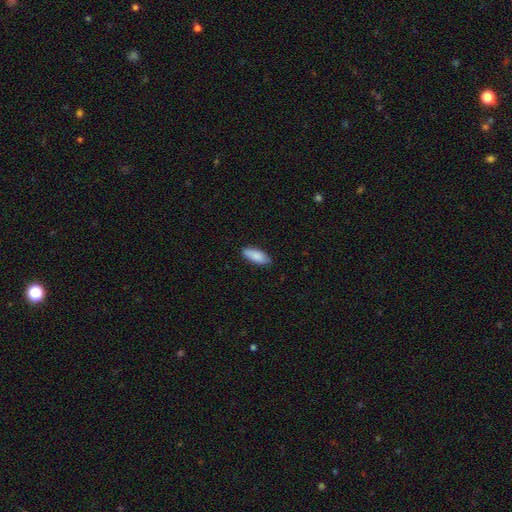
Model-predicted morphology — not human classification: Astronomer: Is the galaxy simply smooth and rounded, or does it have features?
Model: smooth — 87%.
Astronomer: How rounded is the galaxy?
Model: in between — 76%.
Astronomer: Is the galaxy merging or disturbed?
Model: none — 84%.